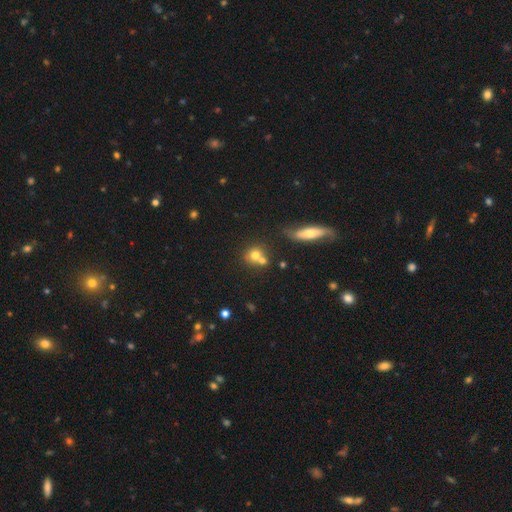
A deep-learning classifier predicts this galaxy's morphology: A smooth galaxy with no disk features (69%) that is round (79%).

Vote fractions:
- Smooth or featured? smooth: 69% / featured or disk: 18% / star or artifact: 13%
- How rounded? round: 79% / in between: 19% / cigar-shaped: 2%
- Merging? none: 44% / merger: 42% / minor disturbance: 10% / major disturbance: 4%